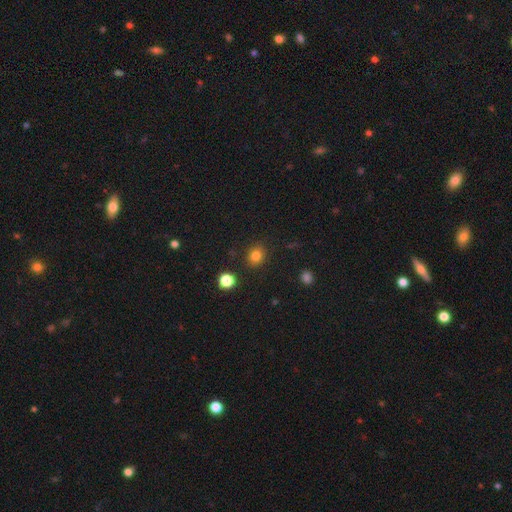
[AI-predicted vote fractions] Morphology: type=smooth (82%); roundness=round (75%); merging=none (87%).